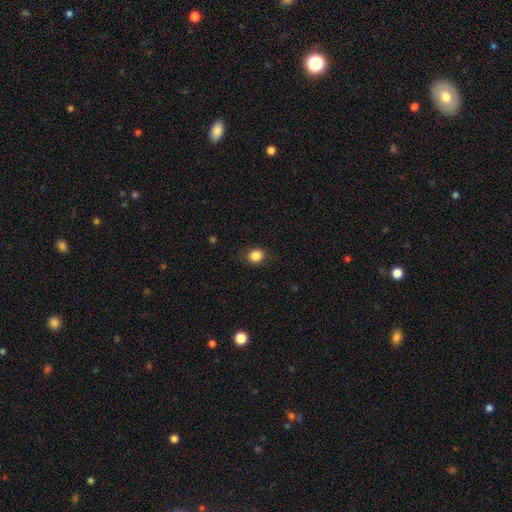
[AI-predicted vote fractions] Morphology: type=smooth (85%); roundness=round (76%); merging=none (86%).